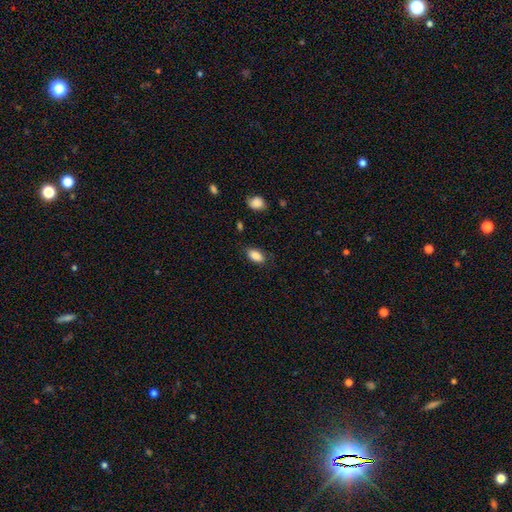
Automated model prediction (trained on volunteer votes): The model was most divided on "merging": none: 77%, minor disturbance: 17%, major disturbance: 5%, merger: 1%. More confident: how rounded — in between (91%); smooth or featured — smooth (87%).